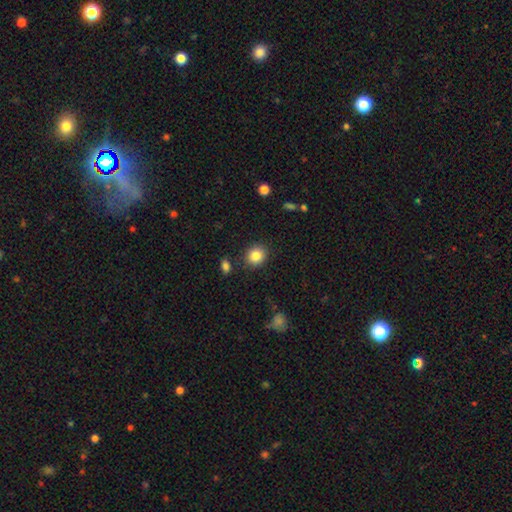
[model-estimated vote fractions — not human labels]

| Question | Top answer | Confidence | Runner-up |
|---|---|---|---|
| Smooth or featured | smooth | 85% | star or artifact (9%) |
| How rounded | round | 75% | in between (24%) |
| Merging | none | 88% | minor disturbance (8%) |